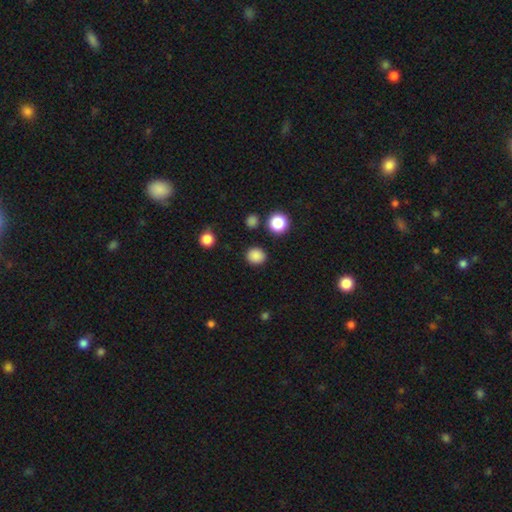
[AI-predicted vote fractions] Morphology: type=smooth (85%); roundness=round (87%); merging=none (88%).